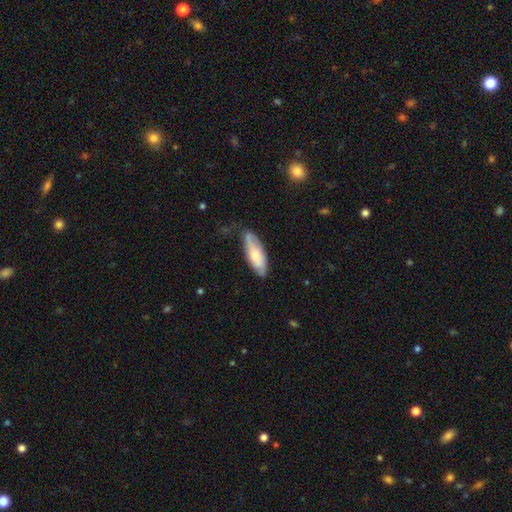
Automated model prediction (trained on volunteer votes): The model was most divided on "smooth or featured": smooth: 61%, featured or disk: 33%, star or artifact: 6%. More confident: merging — none (69%); how rounded — in between (66%).